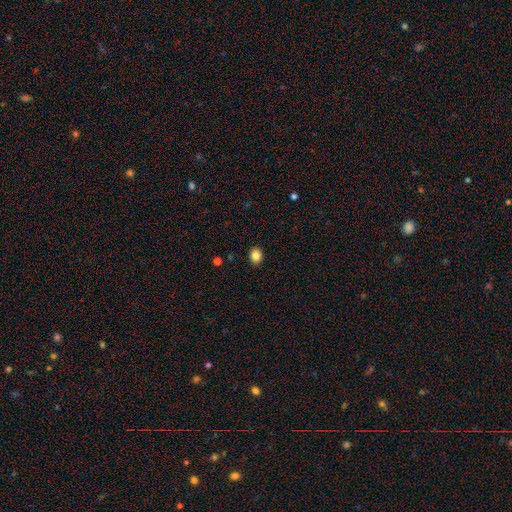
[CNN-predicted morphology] Q: Smooth or featured?
A: smooth (85%); runner-up: star or artifact (10%)
Q: How rounded?
A: in between (57%); runner-up: round (42%)
Q: Merging?
A: none (90%); runner-up: minor disturbance (7%)